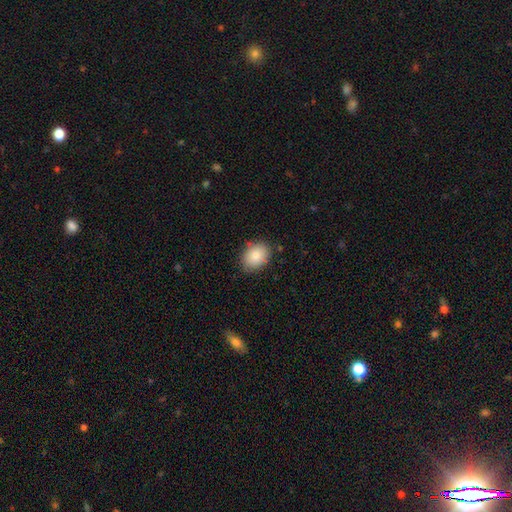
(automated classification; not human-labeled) This appears to be a smooth galaxy with no disk features (84%) that is in between round and cigar-shaped (61%). Merging: none (81%).